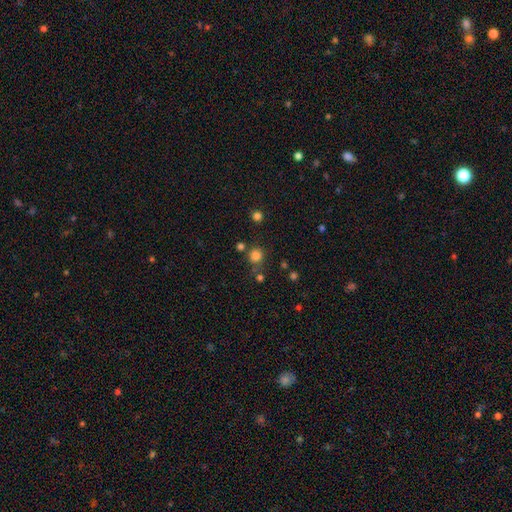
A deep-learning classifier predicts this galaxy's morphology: This appears to be a smooth galaxy with no disk features (79%) that is round (92%). Merging: none (75%).